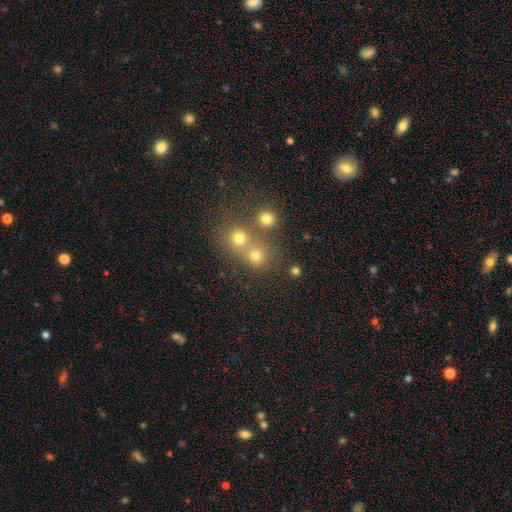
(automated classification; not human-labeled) The model was most divided on "merging": none: 56%, merger: 35%, minor disturbance: 6%, major disturbance: 3%. More confident: how rounded — round (88%); smooth or featured — smooth (75%).